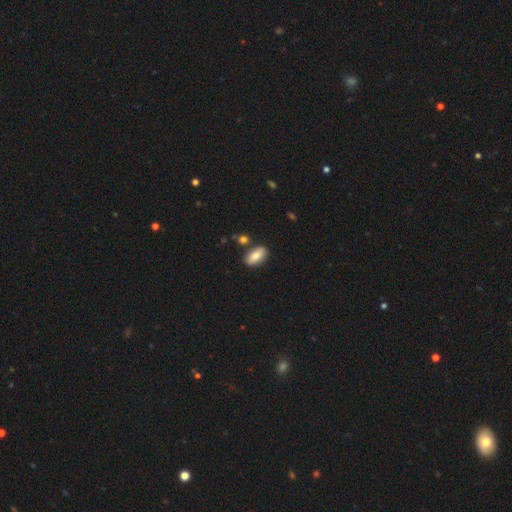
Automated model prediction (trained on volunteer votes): This appears to be a smooth galaxy with no disk features (81%) that is in between round and cigar-shaped (90%). Merging: none (83%).